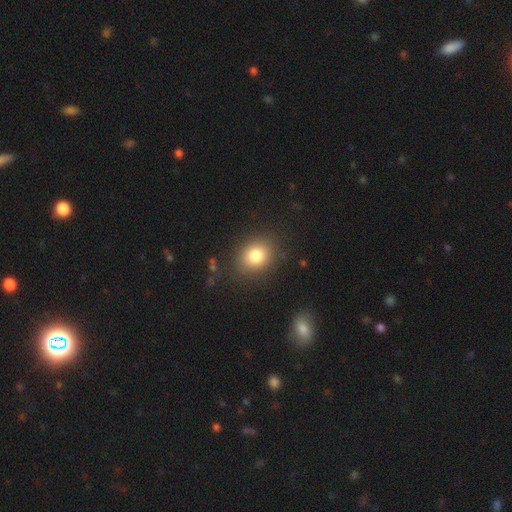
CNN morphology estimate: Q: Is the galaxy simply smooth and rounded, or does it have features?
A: smooth — 80%.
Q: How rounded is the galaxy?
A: round — 55%.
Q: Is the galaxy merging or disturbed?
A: none — 84%.